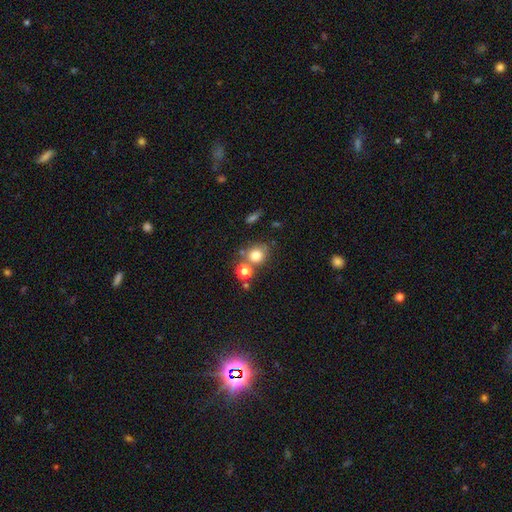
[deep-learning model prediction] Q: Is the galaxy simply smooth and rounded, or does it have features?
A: smooth — 77%.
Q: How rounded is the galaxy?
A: round — 80%.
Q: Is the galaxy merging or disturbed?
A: none — 60%.